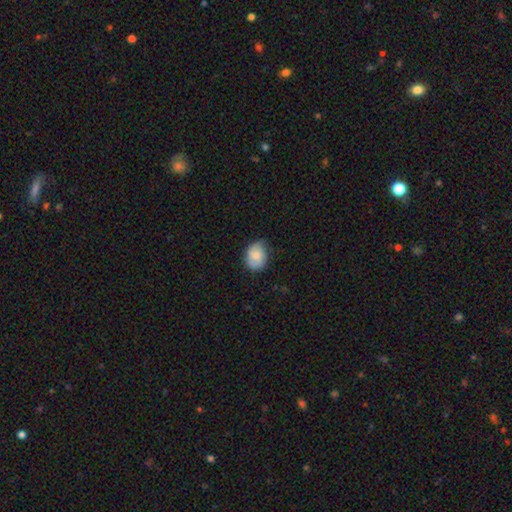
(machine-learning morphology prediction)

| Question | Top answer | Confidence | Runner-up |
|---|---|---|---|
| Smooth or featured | smooth | 69% | featured or disk (24%) |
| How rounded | in between | 56% | round (43%) |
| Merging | none | 59% | minor disturbance (33%) |